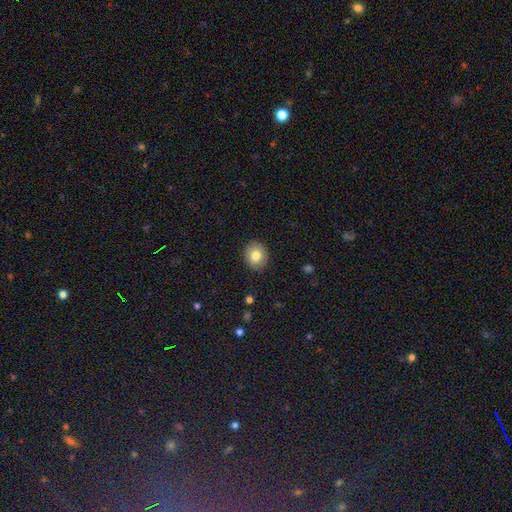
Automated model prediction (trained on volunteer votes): This appears to be a smooth galaxy with no disk features (80%) that is round (75%). Merging: none (89%).